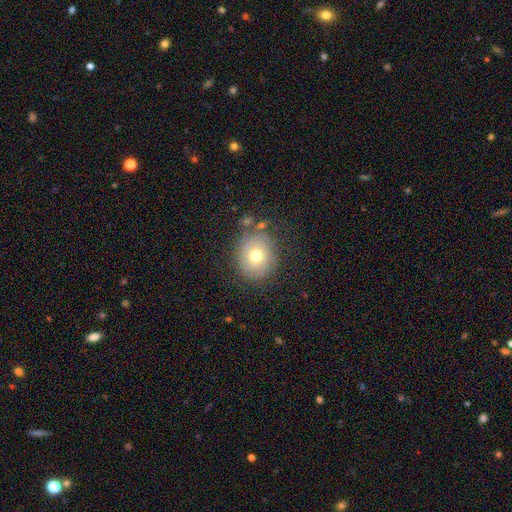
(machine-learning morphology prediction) Q: Smooth or featured?
A: smooth (64%); runner-up: featured or disk (25%)
Q: How rounded?
A: round (74%); runner-up: in between (25%)
Q: Merging?
A: none (74%); runner-up: minor disturbance (16%)